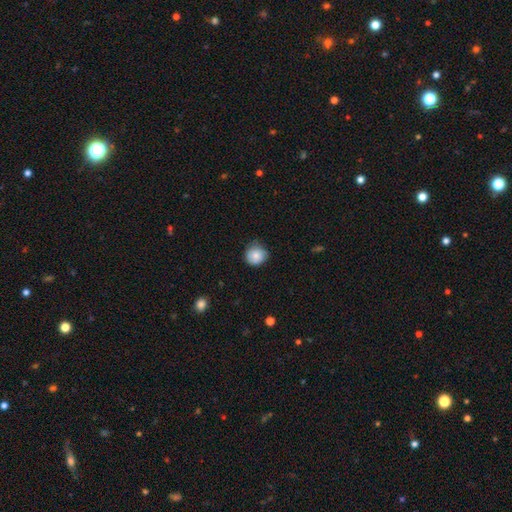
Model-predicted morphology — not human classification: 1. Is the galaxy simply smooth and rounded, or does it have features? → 79% smooth, 13% featured or disk, 8% star or artifact.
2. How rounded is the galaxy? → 87% round, 12% in between, 1% cigar-shaped.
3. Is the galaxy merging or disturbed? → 69% none, 25% minor disturbance, 4% major disturbance, 1% merger.